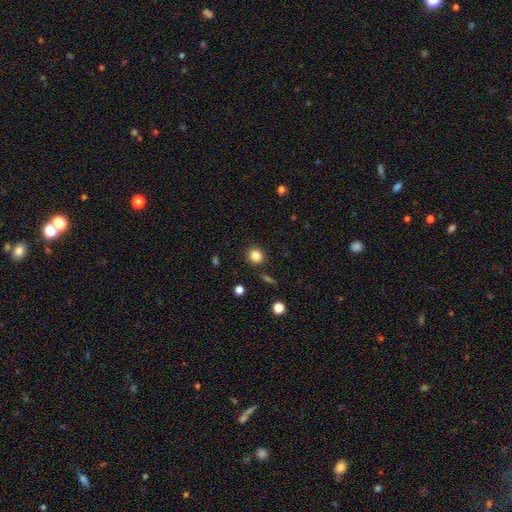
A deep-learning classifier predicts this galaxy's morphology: A smooth galaxy with no disk features (84%) that is round (86%). Merging: none (89%).